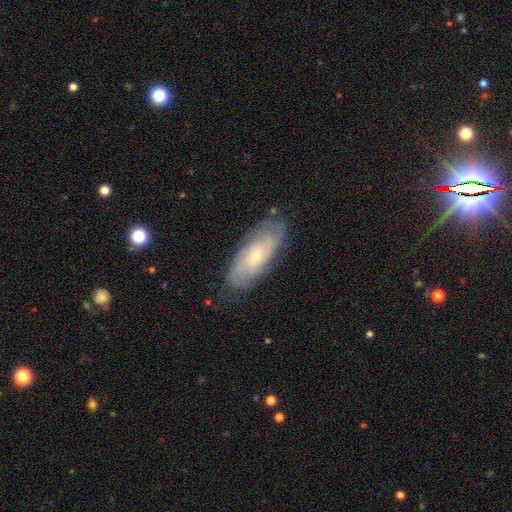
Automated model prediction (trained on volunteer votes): featured or disk 72%, smooth 22%, star or artifact 7%. Down the decision tree: edge-on disk — no (89%); bar — no (70%); spiral arms — yes (91%); spiral arm count — can't tell (47%); spiral winding — tight (62%); bulge size — small (70%); merging — none (77%).